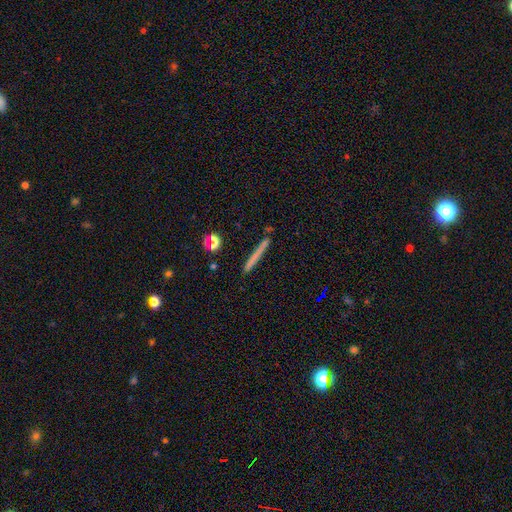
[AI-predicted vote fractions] Overall: smooth (60%; featured or disk 33%). How rounded: cigar-shaped (96%). Merging: none (88%).